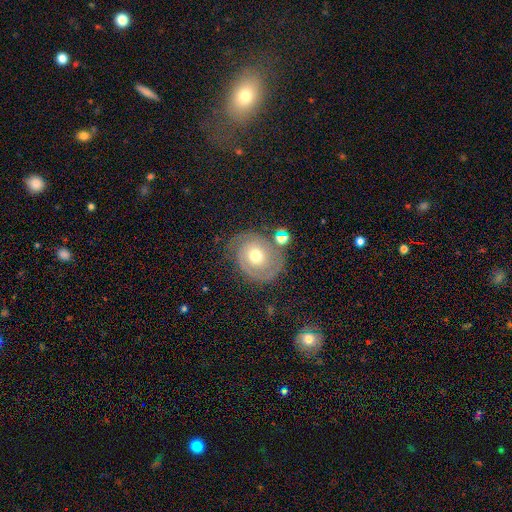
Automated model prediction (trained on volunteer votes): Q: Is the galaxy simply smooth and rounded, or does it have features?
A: featured or disk — 70%.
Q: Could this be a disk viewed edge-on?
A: no — 97%.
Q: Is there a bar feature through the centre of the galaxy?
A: no — 81%.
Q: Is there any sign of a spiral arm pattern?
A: yes — 82%.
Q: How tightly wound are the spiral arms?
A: tight — 68%.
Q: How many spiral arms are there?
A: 2 — 49%.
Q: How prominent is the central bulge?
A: moderate — 73%.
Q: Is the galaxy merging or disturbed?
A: none — 65%.